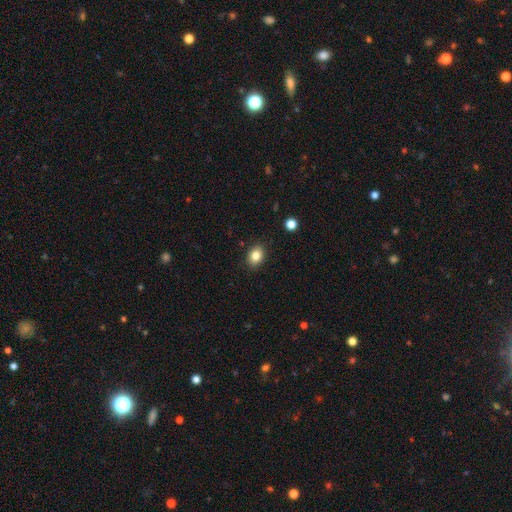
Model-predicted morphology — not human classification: Smooth or featured: smooth — 83% (star or artifact — 10%)
How rounded: in between — 65% (round — 34%)
Merging: none — 88% (minor disturbance — 9%)